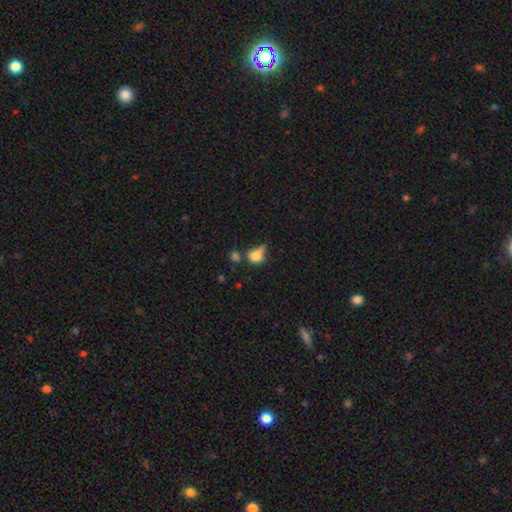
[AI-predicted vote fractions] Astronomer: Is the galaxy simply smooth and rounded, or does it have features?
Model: smooth — 71%.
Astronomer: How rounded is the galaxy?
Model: in between — 51% (runner-up: round, 44%).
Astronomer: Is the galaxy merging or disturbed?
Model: none — 29% (runner-up: minor disturbance, 25%).